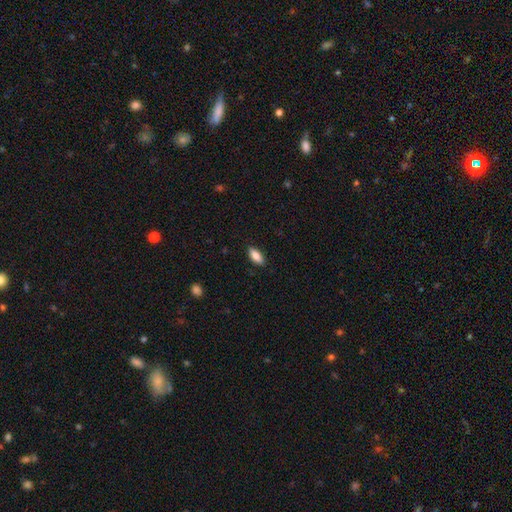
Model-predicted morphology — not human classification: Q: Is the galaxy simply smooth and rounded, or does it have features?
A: smooth — 84%.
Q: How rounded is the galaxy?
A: in between — 84%.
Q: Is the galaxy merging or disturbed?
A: none — 87%.